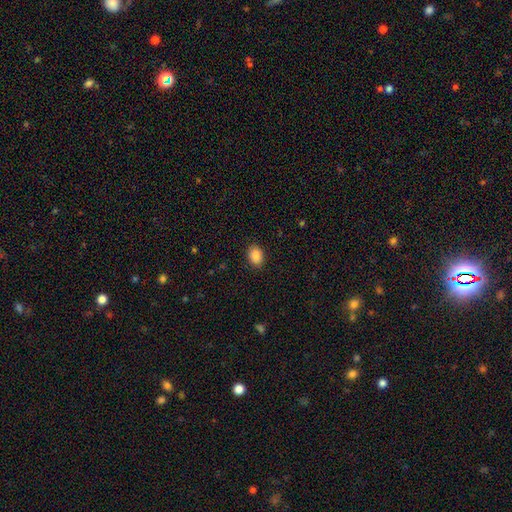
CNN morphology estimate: Q: Smooth or featured?
A: smooth (89%); runner-up: star or artifact (8%)
Q: How rounded?
A: in between (72%); runner-up: round (27%)
Q: Merging?
A: none (89%); runner-up: minor disturbance (8%)